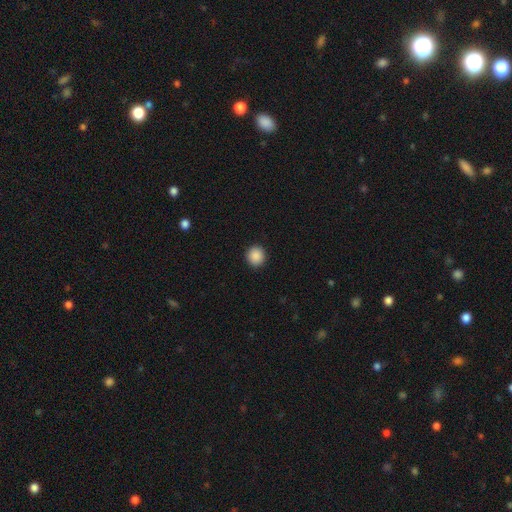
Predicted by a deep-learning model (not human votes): Q: Smooth or featured?
A: smooth (89%); runner-up: star or artifact (9%)
Q: How rounded?
A: round (92%); runner-up: in between (7%)
Q: Merging?
A: none (92%); runner-up: minor disturbance (5%)